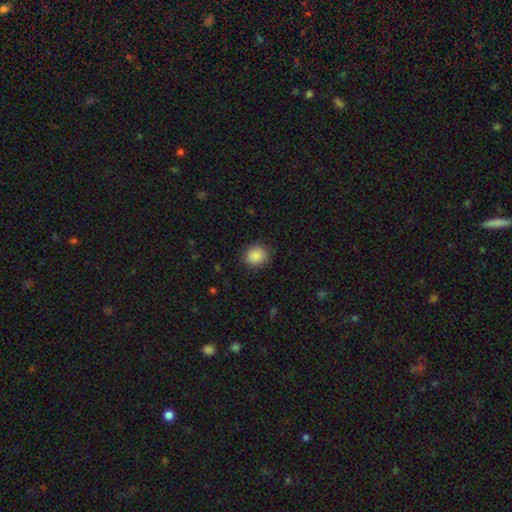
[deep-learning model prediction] Smooth or featured: smooth — 88% (star or artifact — 8%)
How rounded: round — 70% (in between — 29%)
Merging: none — 86% (minor disturbance — 10%)